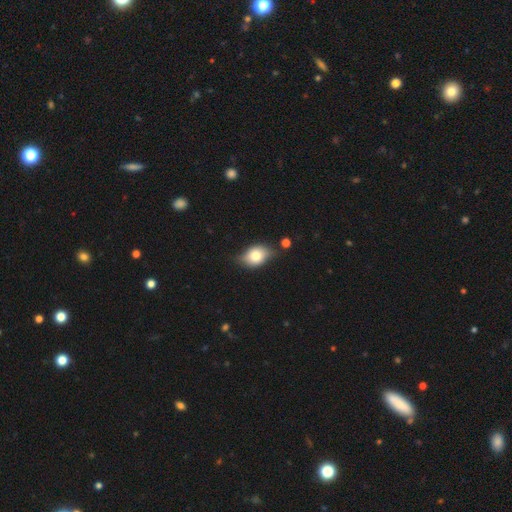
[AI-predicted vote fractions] Overall: smooth (71%). How rounded: in between (72%). Merging: none (62%; minor disturbance 27%).